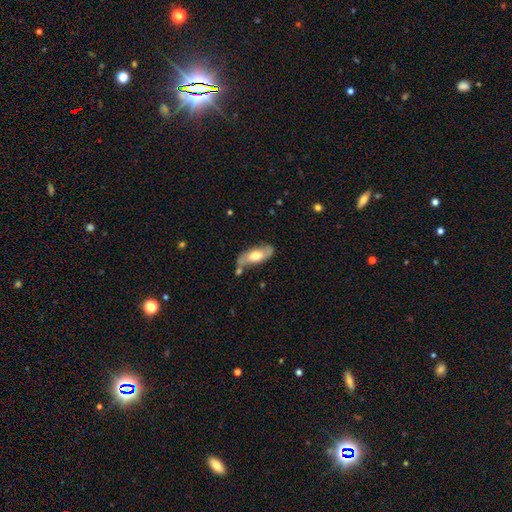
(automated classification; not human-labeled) The model was most divided on "smooth or featured": smooth: 52%, featured or disk: 43%, star or artifact: 6%. More confident: how rounded — in between (76%); merging — none (60%).